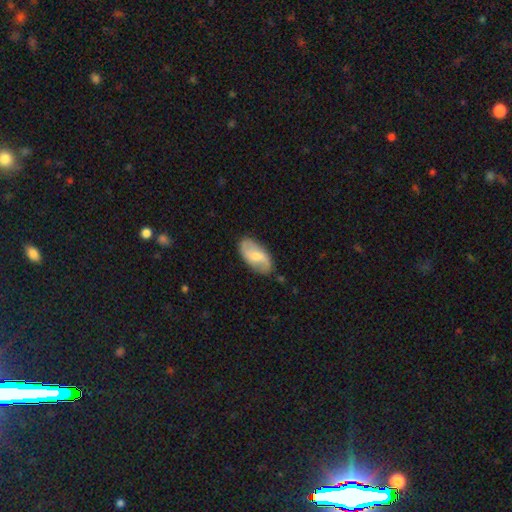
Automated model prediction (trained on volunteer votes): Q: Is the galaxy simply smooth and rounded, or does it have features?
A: featured or disk — 52%.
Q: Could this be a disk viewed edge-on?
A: no — 95%.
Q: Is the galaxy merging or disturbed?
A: none — 79%.